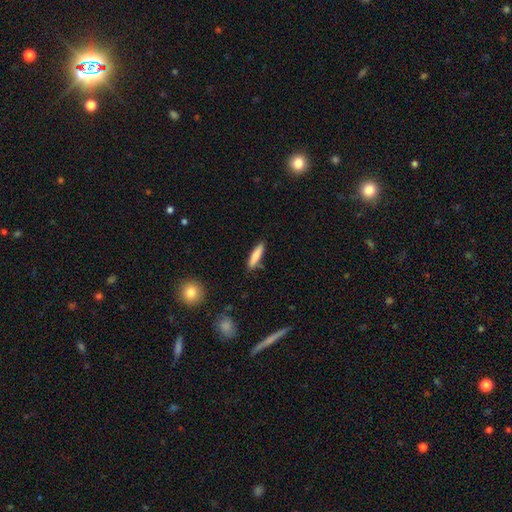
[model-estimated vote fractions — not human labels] Smooth or featured? smooth (79%)
How rounded? cigar-shaped (79%)
Merging? none (84%)